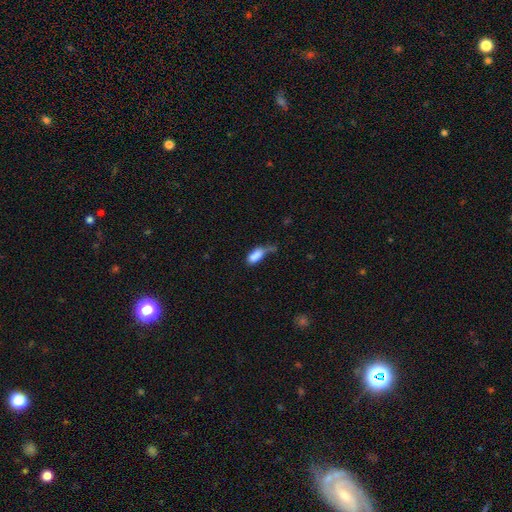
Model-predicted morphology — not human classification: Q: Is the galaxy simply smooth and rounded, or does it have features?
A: smooth — 78%.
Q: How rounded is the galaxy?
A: in between — 83%.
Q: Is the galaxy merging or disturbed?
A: major disturbance — 33%.